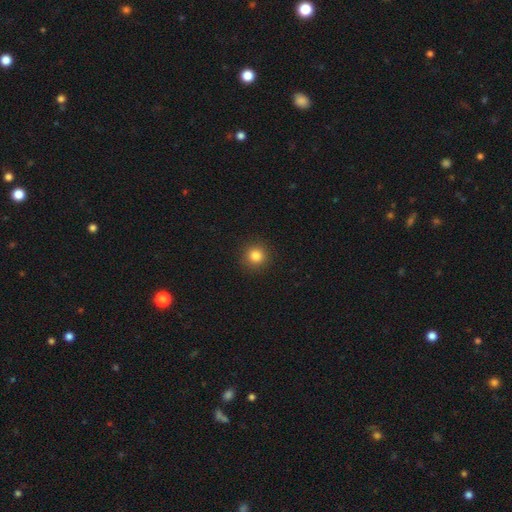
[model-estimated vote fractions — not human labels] The model was most divided on "smooth or featured": smooth: 83%, star or artifact: 12%, featured or disk: 5%. More confident: how rounded — round (93%); merging — none (92%).